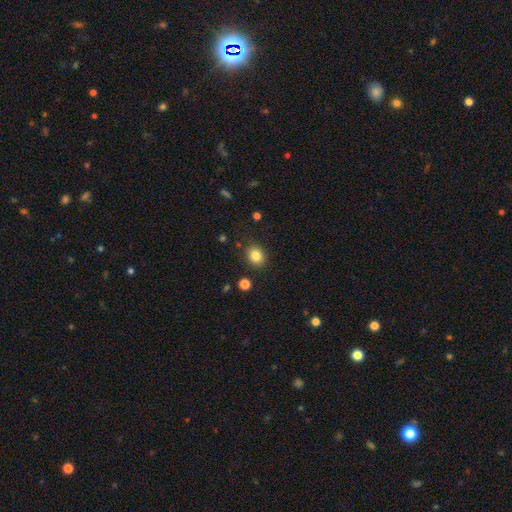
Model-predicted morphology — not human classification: Smooth or featured? Predicted: smooth (p=0.84). How rounded? Predicted: round (p=0.62). Merging? Predicted: none (p=0.86).